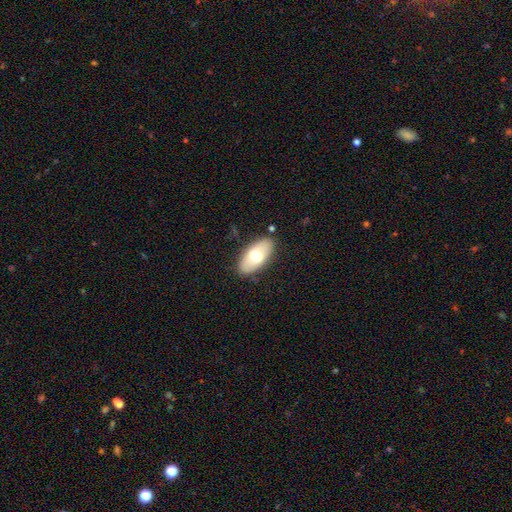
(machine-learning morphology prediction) This is likely a smooth galaxy (65%). How rounded: clearly in between (92%). Merging: clearly none (84%).